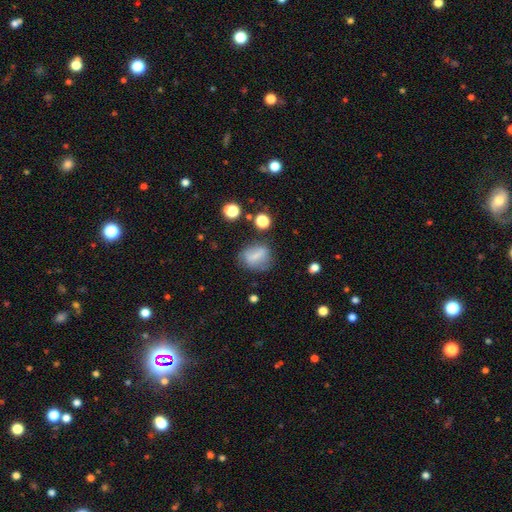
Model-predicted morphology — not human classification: The model was most divided on "how rounded": in between: 51%, round: 45%, cigar-shaped: 4%. More confident: smooth or featured — smooth (64%); merging — none (60%).